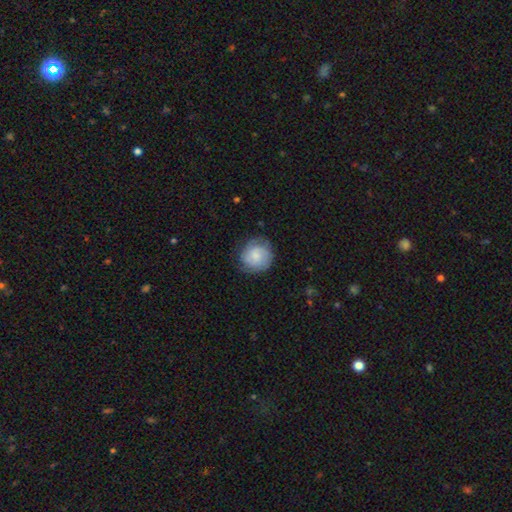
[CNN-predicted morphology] smooth 63%, featured or disk 30%, star or artifact 7%. Down the decision tree: how rounded — round (90%); merging — none (74%).